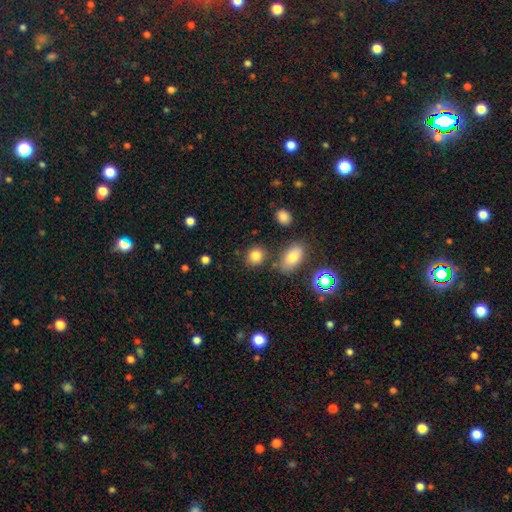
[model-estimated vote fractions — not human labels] smooth_or_featured: smooth (p=0.82) [alt: star or artifact p=0.12]
how_rounded: round (p=0.67) [alt: in between p=0.32]
merging: none (p=0.78) [alt: minor disturbance p=0.11]